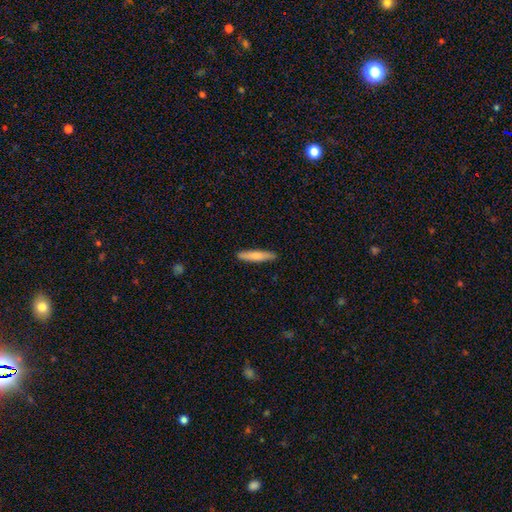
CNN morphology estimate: A smooth galaxy with no disk features (75%) that is cigar-shaped (88%).

Vote fractions:
- Smooth or featured? smooth: 75% / featured or disk: 20% / star or artifact: 5%
- How rounded? cigar-shaped: 88% / in between: 11% / round: 1%
- Merging? none: 89% / minor disturbance: 9% / major disturbance: 2% / merger: 1%